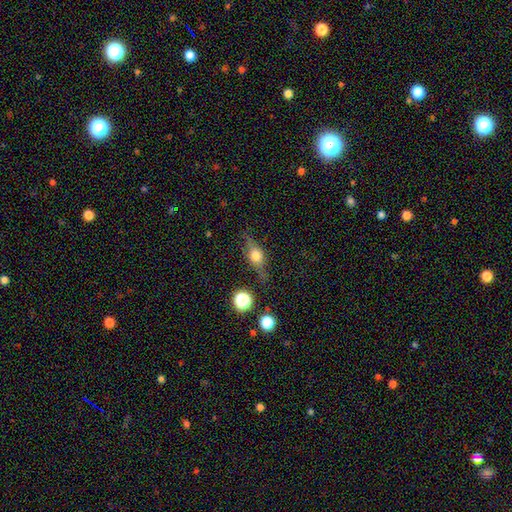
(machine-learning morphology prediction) featured or disk 48%, smooth 41%, star or artifact 11%. Down the decision tree: merging — none (73%).